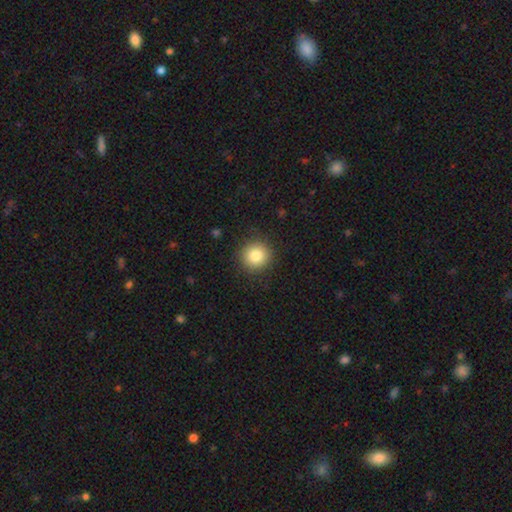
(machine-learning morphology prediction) The model was most divided on "smooth or featured": smooth: 83%, star or artifact: 10%, featured or disk: 7%. More confident: how rounded — round (93%); merging — none (90%).